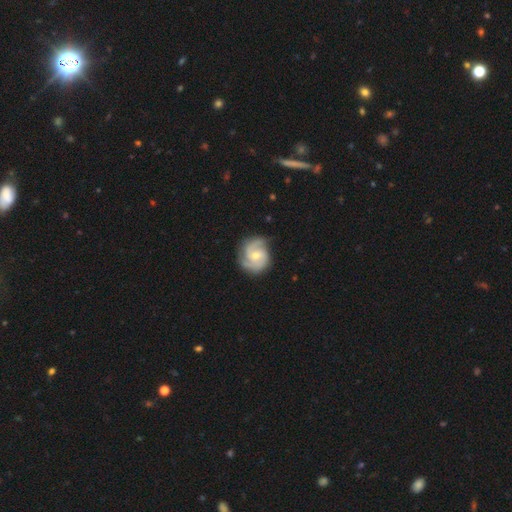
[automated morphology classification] This is clearly a featured or disk galaxy (85%). It is clearly not viewed edge-on (98%). Bar: possibly no (58%). Spiral arm pattern: clearly yes (97%). Spiral arm count: possibly 2 (51%). Spiral winding: marginally medium (45%). Central bulge: possibly small (51%). Merging: likely none (75%).